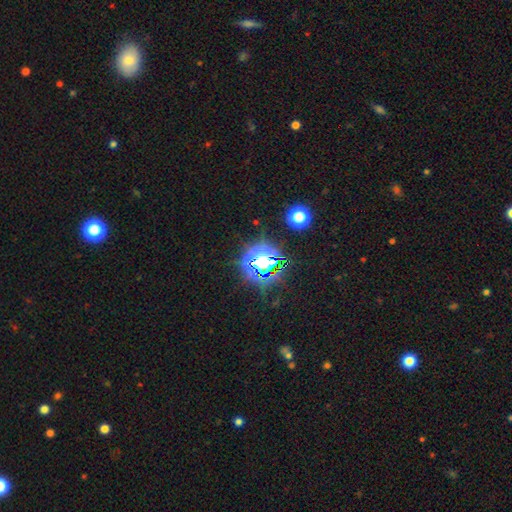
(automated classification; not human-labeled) A star or artifact, not a galaxy (68%).

Vote fractions:
- Smooth or featured? star or artifact: 68% / smooth: 21% / featured or disk: 10%